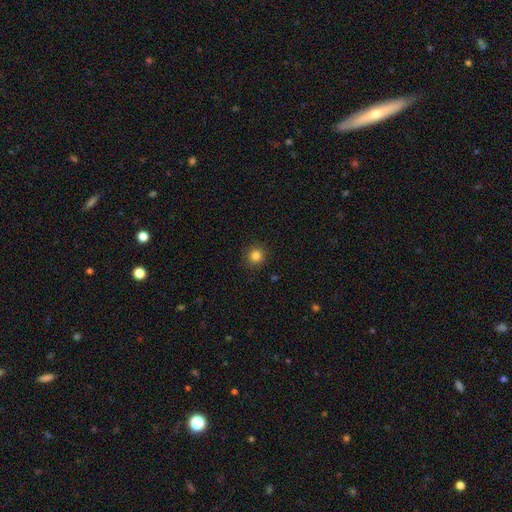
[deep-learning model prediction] Smooth or featured?
  - smooth: 83% *
  - star or artifact: 12%
  - featured or disk: 4%
How rounded?
  - round: 94% *
  - in between: 5%
  - cigar-shaped: 1%
Merging?
  - none: 91% *
  - minor disturbance: 6%
  - major disturbance: 2%
  - merger: 1%